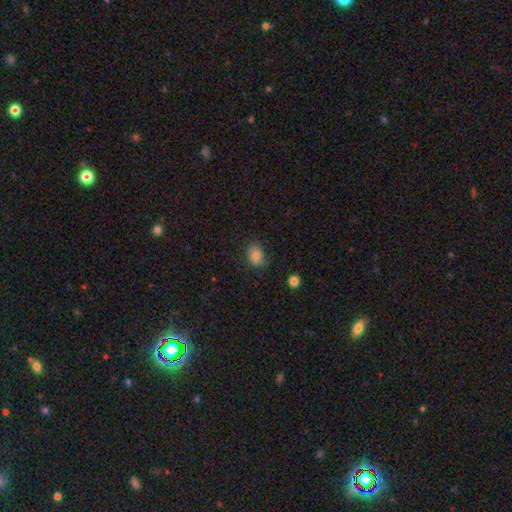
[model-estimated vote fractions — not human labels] Morphology: type=smooth (81%); roundness=in between (64%); merging=none (71%).